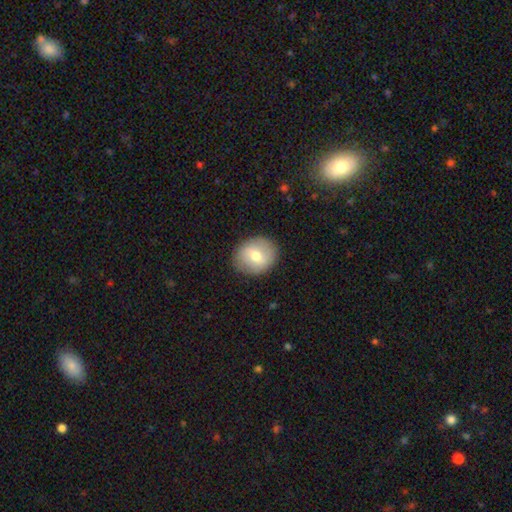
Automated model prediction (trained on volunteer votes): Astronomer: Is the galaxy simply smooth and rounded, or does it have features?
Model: smooth — 63%.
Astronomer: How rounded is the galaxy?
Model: round — 67%.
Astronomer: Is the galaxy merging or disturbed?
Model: none — 86%.